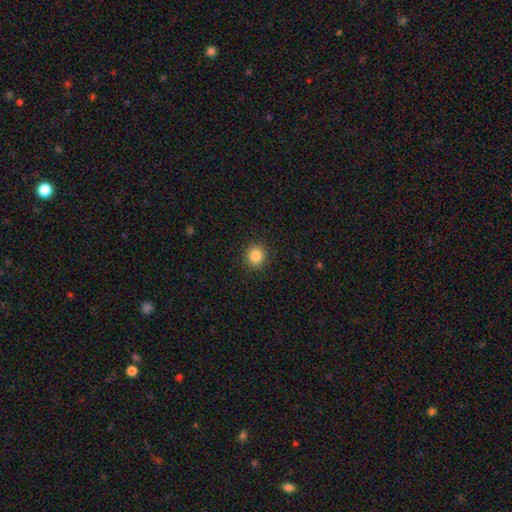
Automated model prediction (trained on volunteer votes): This is clearly a smooth galaxy (85%). How rounded: clearly round (87%). Merging: clearly none (92%).